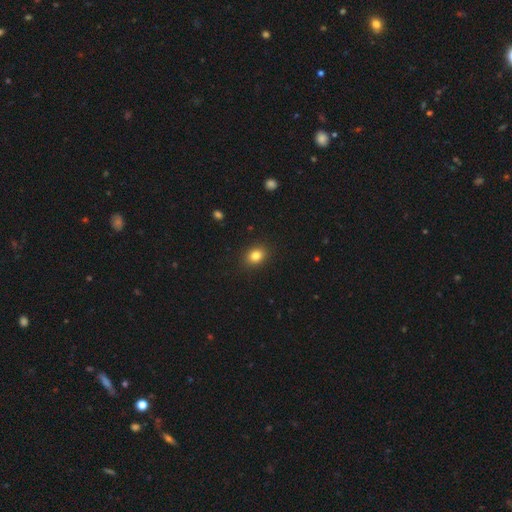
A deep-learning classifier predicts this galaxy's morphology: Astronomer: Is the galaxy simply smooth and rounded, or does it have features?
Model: smooth — 83%.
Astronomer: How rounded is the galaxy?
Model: in between — 52% (runner-up: round, 47%).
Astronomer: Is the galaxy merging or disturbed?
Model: none — 90%.